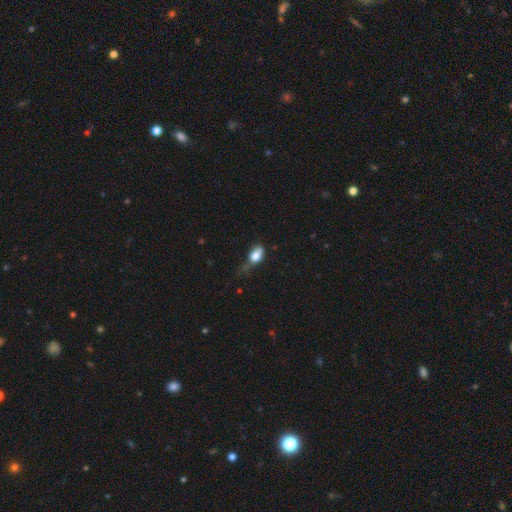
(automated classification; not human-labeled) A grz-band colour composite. It shows a smooth galaxy with no disk features (74%) that is in between round and cigar-shaped (79%). Merging: minor disturbance (38%).